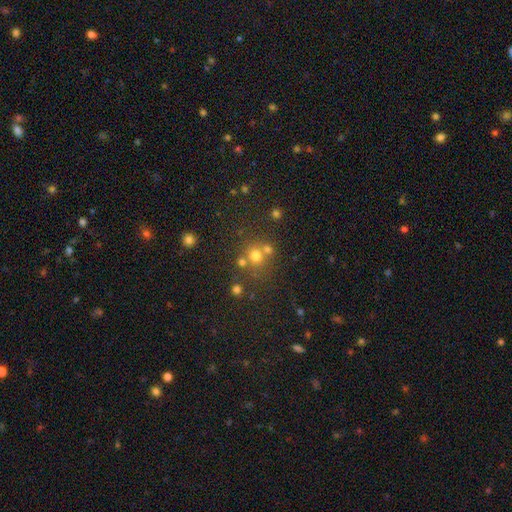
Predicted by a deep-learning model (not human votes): The model was most divided on "merging": none: 59%, merger: 28%, minor disturbance: 9%, major disturbance: 4%. More confident: how rounded — round (85%); smooth or featured — smooth (67%).